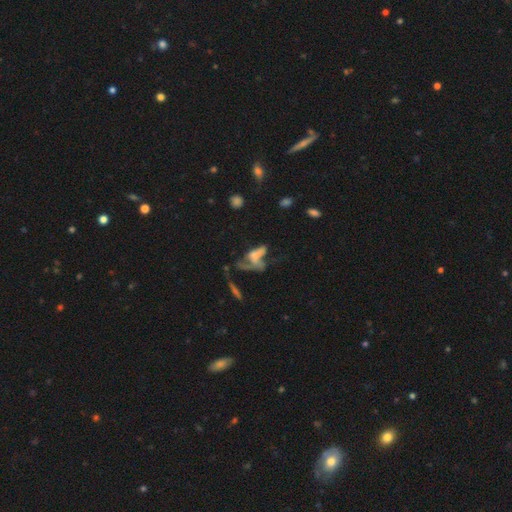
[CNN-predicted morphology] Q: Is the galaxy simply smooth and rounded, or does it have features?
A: featured or disk — 44%.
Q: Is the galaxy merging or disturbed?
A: major disturbance — 38%.